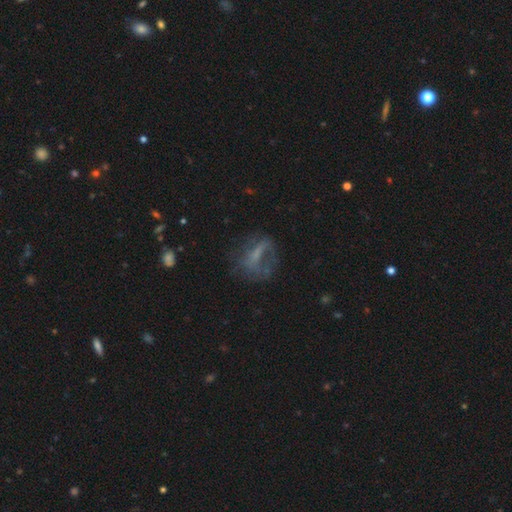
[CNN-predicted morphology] type=featured or disk (46%); merging=none (43%).